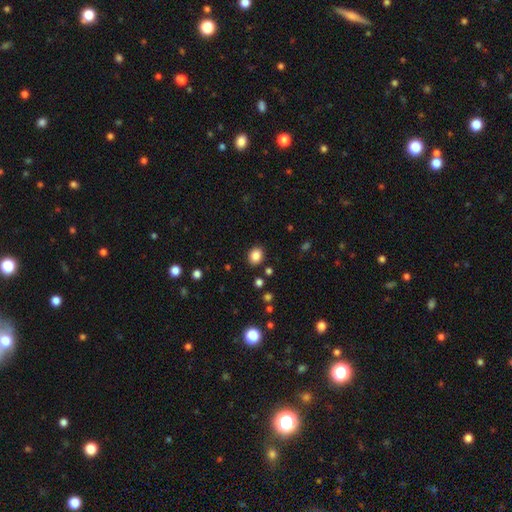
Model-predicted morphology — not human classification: Smooth or featured? Predicted: smooth (p=0.85). How rounded? Predicted: round (p=0.58). Merging? Predicted: none (p=0.88).